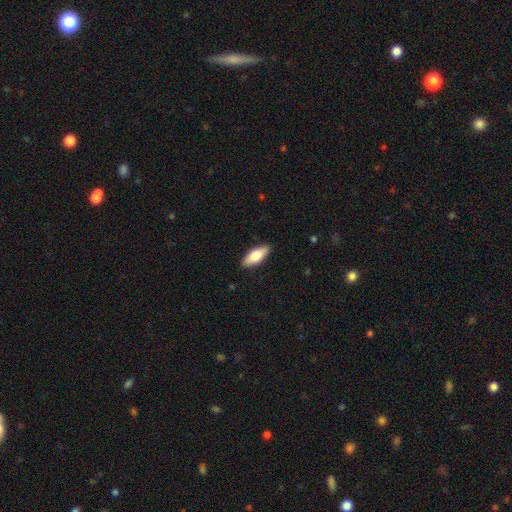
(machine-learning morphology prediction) Smooth or featured? Predicted: smooth (p=0.70). How rounded? Predicted: in between (p=0.72). Merging? Predicted: none (p=0.89).